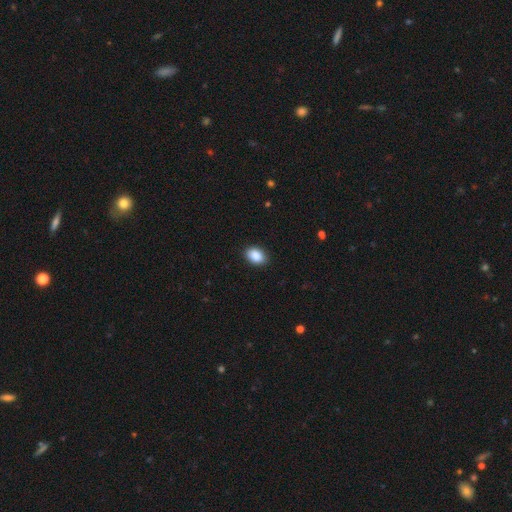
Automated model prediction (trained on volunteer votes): This appears to be a smooth galaxy with no disk features (89%) that is in between round and cigar-shaped (84%). Merging: none (89%).